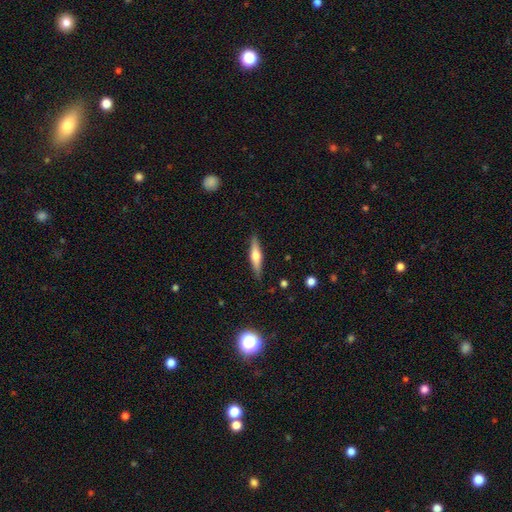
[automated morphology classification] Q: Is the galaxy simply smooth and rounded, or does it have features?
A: featured or disk — 50%.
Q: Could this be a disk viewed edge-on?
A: yes — 94%.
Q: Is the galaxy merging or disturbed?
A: none — 88%.